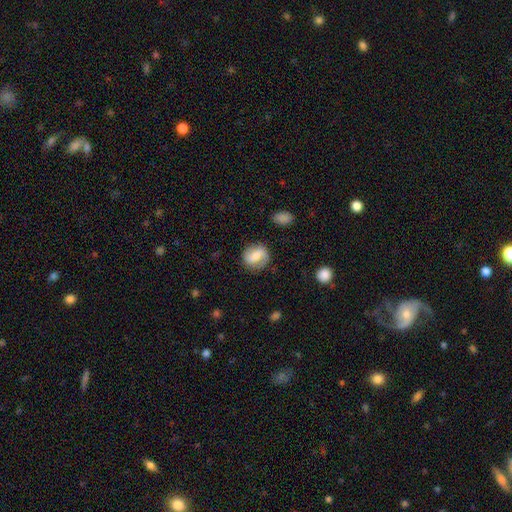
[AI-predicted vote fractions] Smooth or featured?
  - featured or disk: 48% *
  - smooth: 44%
  - star or artifact: 8%
Merging?
  - none: 78% *
  - minor disturbance: 15%
  - major disturbance: 6%
  - merger: 2%